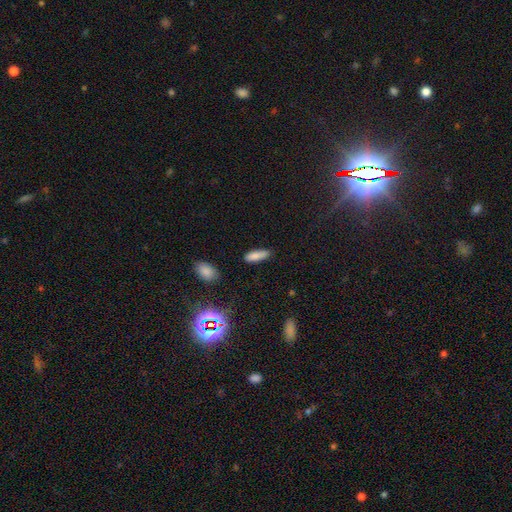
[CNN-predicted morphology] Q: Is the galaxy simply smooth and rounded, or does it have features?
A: smooth — 84%.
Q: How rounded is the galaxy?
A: in between — 52%.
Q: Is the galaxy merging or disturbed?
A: none — 82%.